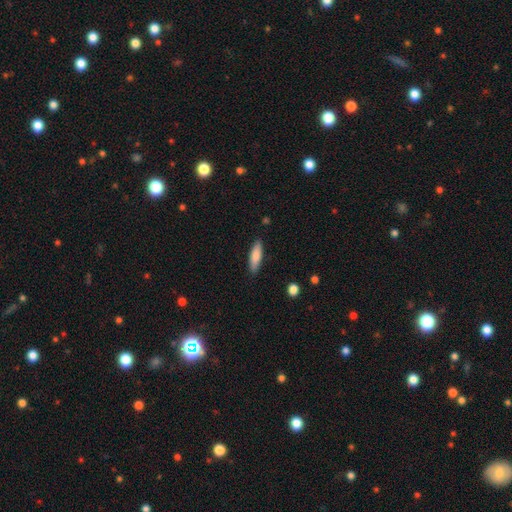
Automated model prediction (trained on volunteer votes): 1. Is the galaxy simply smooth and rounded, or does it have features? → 81% smooth, 13% featured or disk, 6% star or artifact.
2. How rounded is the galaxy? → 61% cigar-shaped, 37% in between, 2% round.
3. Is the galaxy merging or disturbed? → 87% none, 10% minor disturbance, 2% major disturbance, 1% merger.